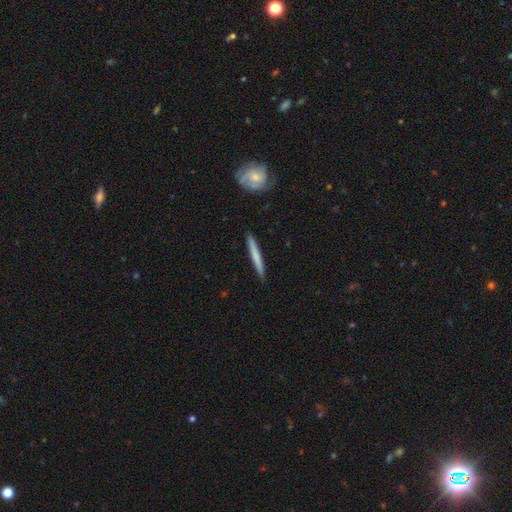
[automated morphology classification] This appears to be a smooth galaxy with no disk features (63%) that is cigar-shaped (96%). Merging: none (91%).